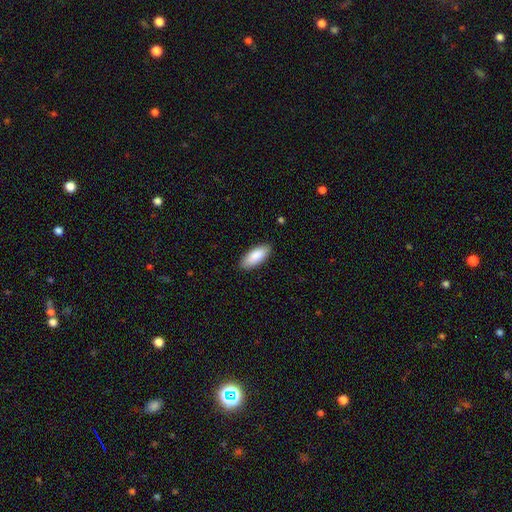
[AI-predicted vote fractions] Q: Smooth or featured?
A: smooth (88%); runner-up: featured or disk (6%)
Q: How rounded?
A: in between (83%); runner-up: cigar-shaped (16%)
Q: Merging?
A: none (88%); runner-up: minor disturbance (9%)